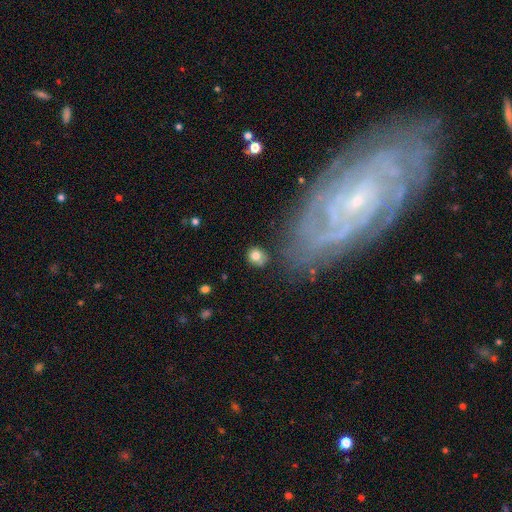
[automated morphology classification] This is likely a smooth galaxy (78%). How rounded: likely round (73%). Merging: likely none (74%).